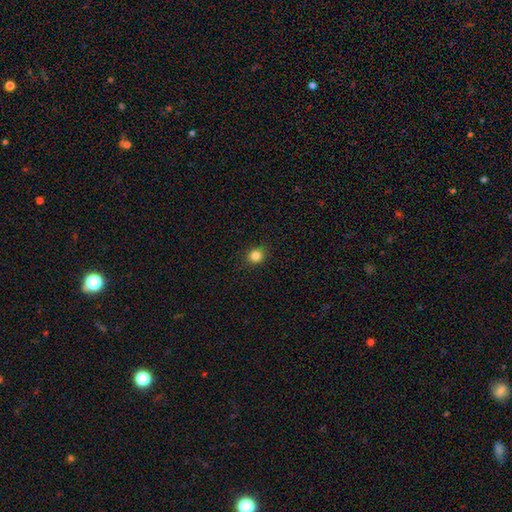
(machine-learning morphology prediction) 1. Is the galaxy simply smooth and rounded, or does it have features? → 84% smooth, 12% star or artifact, 4% featured or disk.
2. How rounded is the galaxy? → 87% round, 12% in between, 1% cigar-shaped.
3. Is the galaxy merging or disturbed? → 91% none, 6% minor disturbance, 2% major disturbance, 1% merger.